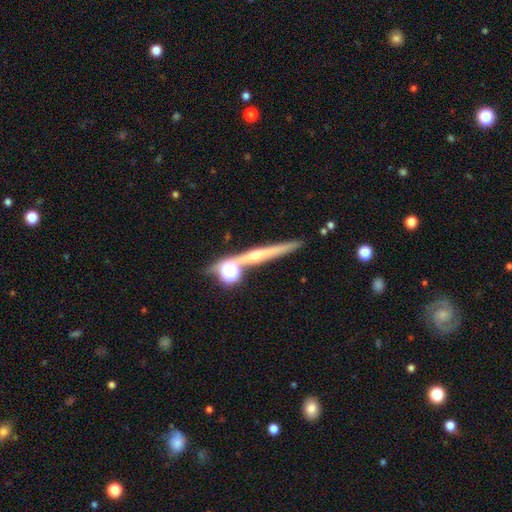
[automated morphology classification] Smooth or featured? featured or disk (62%)
Edge-on disk? yes (95%)
Edge-on bulge? rounded (69%)
Merging? none (76%)